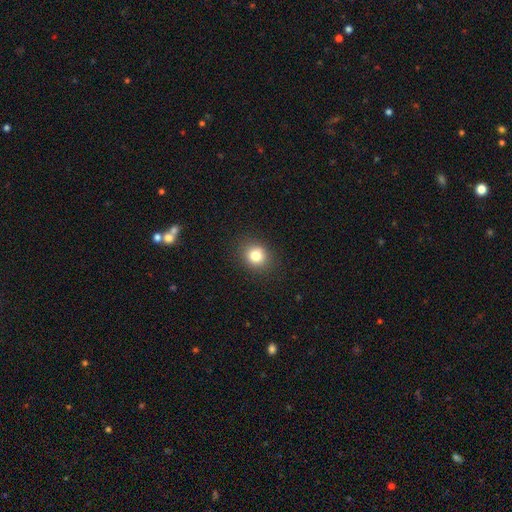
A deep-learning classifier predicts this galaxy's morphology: smooth-or-featured: smooth: 81% | star or artifact: 12% | featured or disk: 7%
  how-rounded: round: 72% | in between: 27% | cigar-shaped: 1%
  merging: none: 88% | minor disturbance: 8% | major disturbance: 3% | merger: 1%